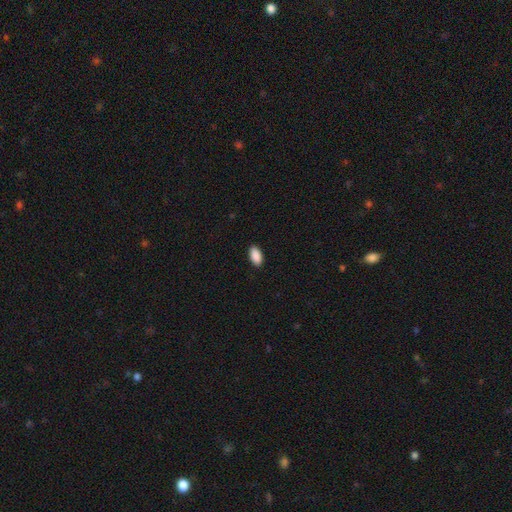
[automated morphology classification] A smooth galaxy with no disk features (91%) that is in between round and cigar-shaped (94%). Merging: none (90%).